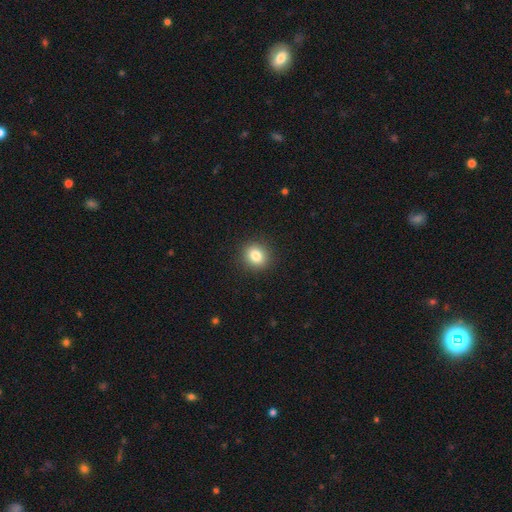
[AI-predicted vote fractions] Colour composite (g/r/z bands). It shows a smooth galaxy with no disk features (83%) that is round (81%). Merging: none (91%).